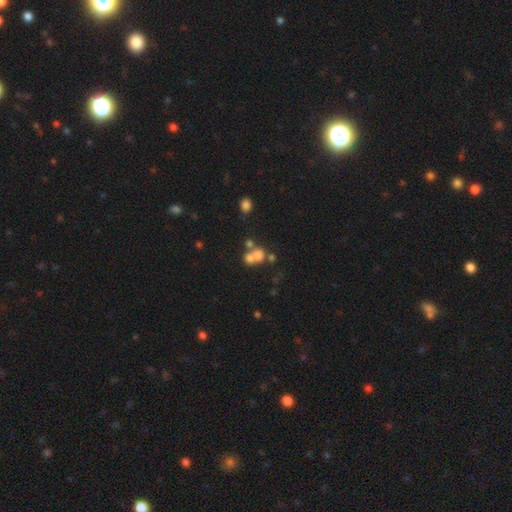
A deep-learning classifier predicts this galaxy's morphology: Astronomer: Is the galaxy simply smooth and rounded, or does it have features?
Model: smooth — 63%.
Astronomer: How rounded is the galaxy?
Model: round — 73%.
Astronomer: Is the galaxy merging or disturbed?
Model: merger — 58%.